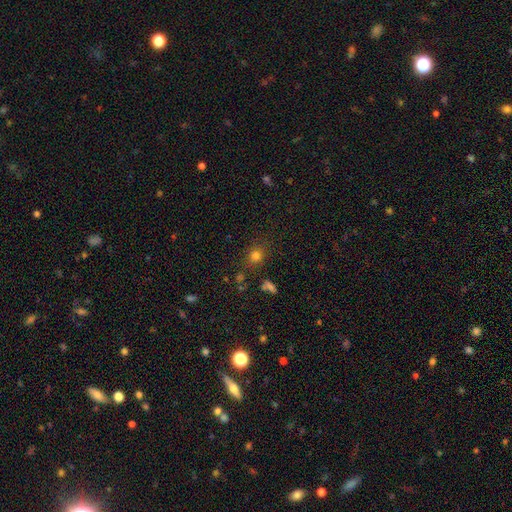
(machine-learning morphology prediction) smooth_or_featured: smooth (p=0.76) [alt: star or artifact p=0.17]
how_rounded: round (p=0.73) [alt: in between p=0.25]
merging: none (p=0.80) [alt: minor disturbance p=0.12]